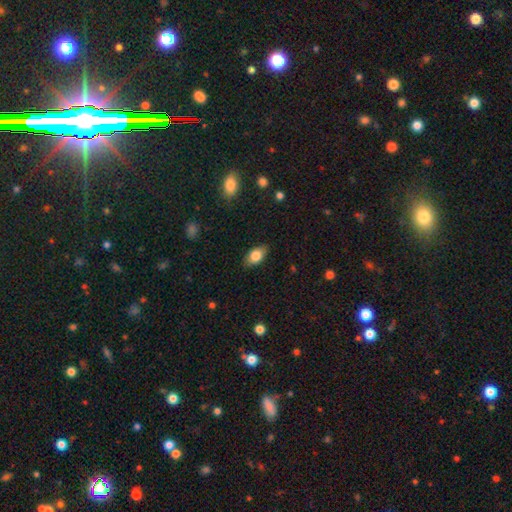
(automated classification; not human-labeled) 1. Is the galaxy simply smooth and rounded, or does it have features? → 81% smooth, 12% featured or disk, 7% star or artifact.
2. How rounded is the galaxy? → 89% in between, 8% round, 3% cigar-shaped.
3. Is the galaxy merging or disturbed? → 84% none, 12% minor disturbance, 2% major disturbance, 1% merger.